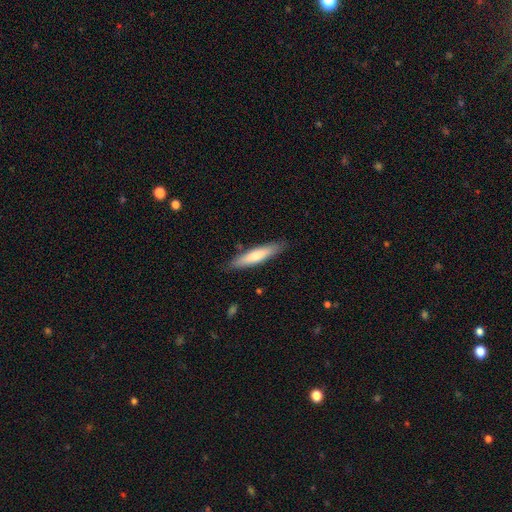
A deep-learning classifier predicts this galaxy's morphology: smooth 69%, featured or disk 26%, star or artifact 5%. Down the decision tree: how rounded — cigar-shaped (83%); merging — none (85%).